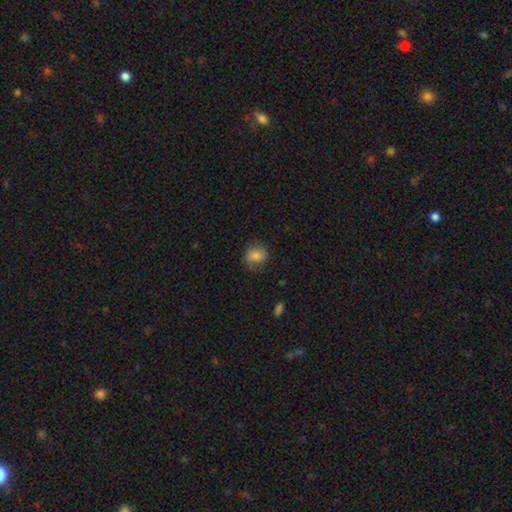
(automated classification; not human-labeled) Smooth or featured? smooth (79%)
How rounded? round (69%)
Merging? none (75%)